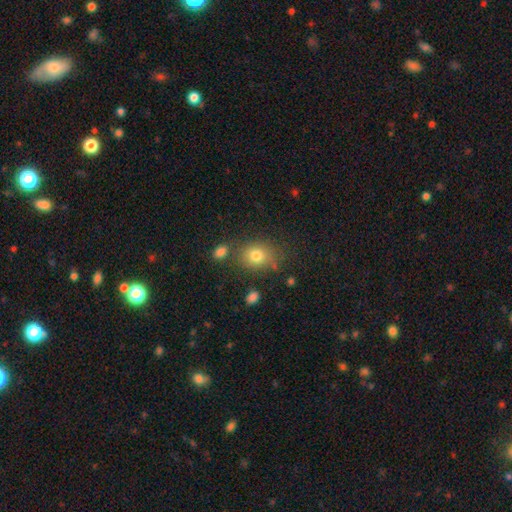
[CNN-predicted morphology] The model was most divided on "how rounded": round: 53%, in between: 46%, cigar-shaped: 1%. More confident: smooth or featured — smooth (77%); merging — none (70%).